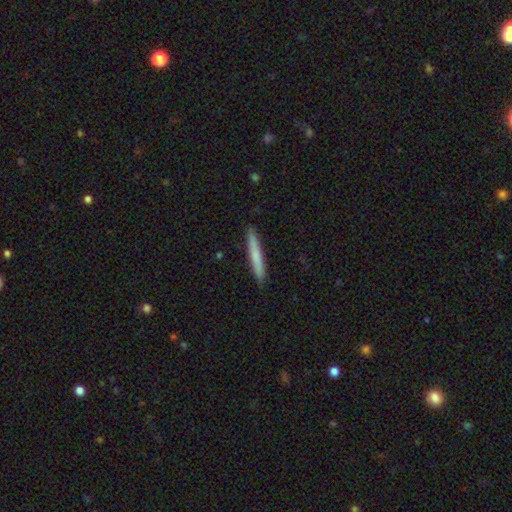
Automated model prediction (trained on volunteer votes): Smooth or featured: smooth — 69% (featured or disk — 25%)
How rounded: cigar-shaped — 96% (in between — 3%)
Merging: none — 91% (minor disturbance — 6%)